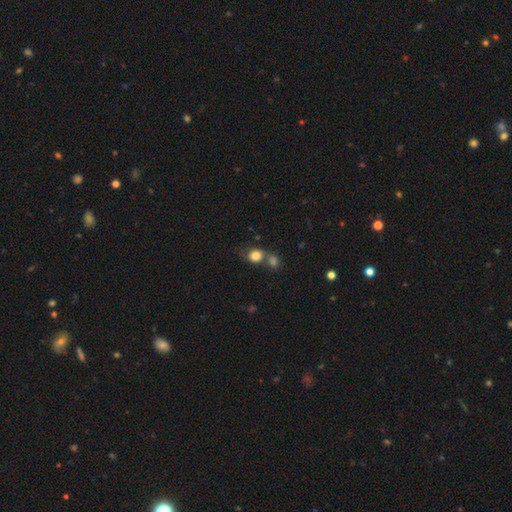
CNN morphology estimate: This is clearly a smooth galaxy (83%). How rounded: likely round (71%). Merging: possibly none (45%).